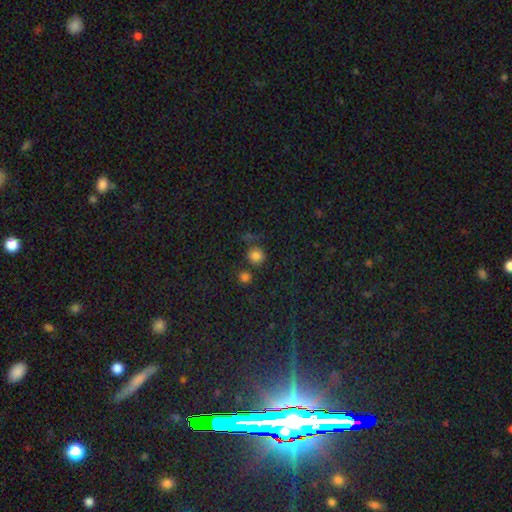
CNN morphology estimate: Smooth or featured? smooth (79%)
How rounded? round (92%)
Merging? none (66%)